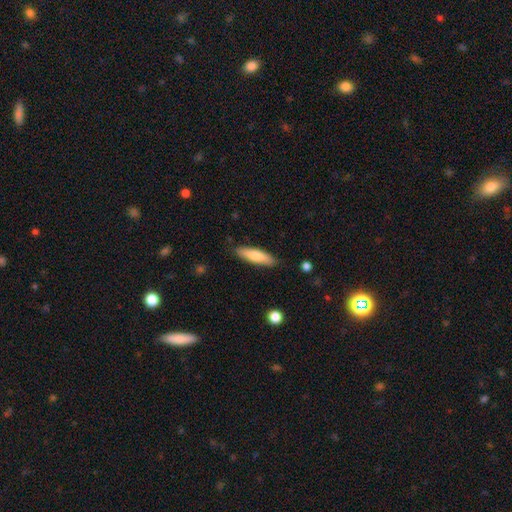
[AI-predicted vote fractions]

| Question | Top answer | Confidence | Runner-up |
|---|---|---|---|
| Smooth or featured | smooth | 74% | featured or disk (21%) |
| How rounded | cigar-shaped | 71% | in between (27%) |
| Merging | none | 87% | minor disturbance (9%) |